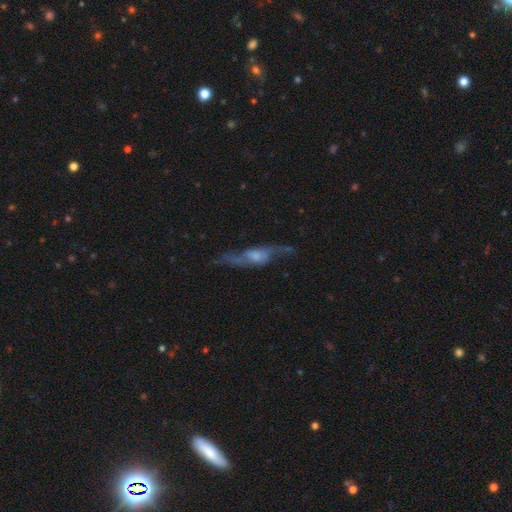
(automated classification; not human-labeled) Smooth or featured? featured or disk (74%)
Edge-on disk? no (54%)
Merging? none (59%)